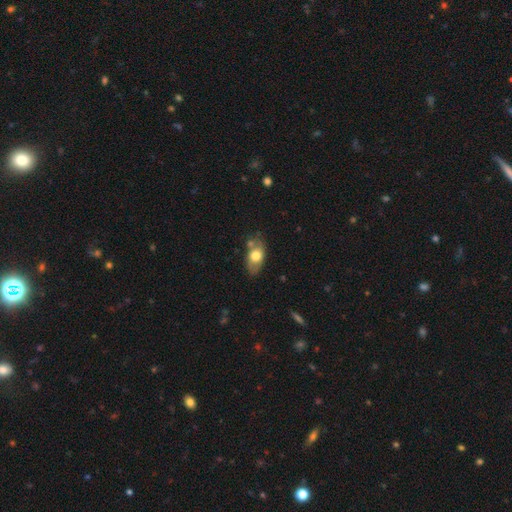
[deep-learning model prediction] This appears to be a smooth galaxy with no disk features (69%) that is in between round and cigar-shaped (87%). Merging: none (64%).